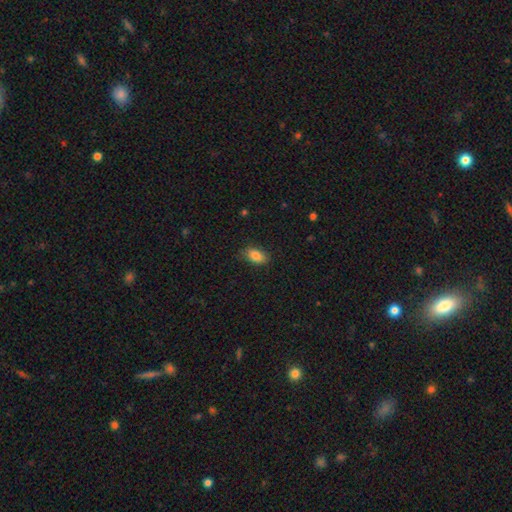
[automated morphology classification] smooth 84%, star or artifact 8%, featured or disk 8%. Down the decision tree: how rounded — in between (88%); merging — none (84%).